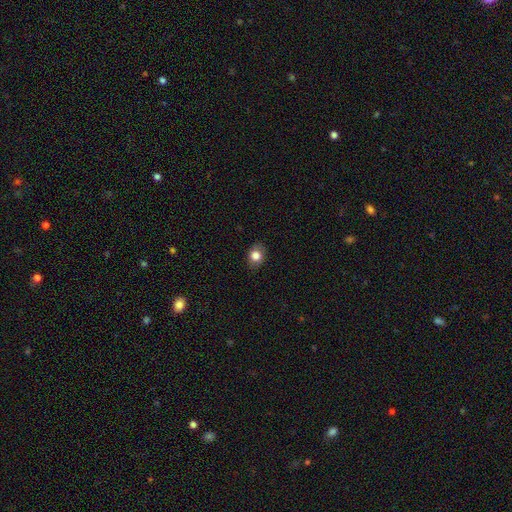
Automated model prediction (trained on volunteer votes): Smooth or featured: smooth — 78% (featured or disk — 12%)
How rounded: in between — 57% (round — 42%)
Merging: none — 83% (minor disturbance — 13%)